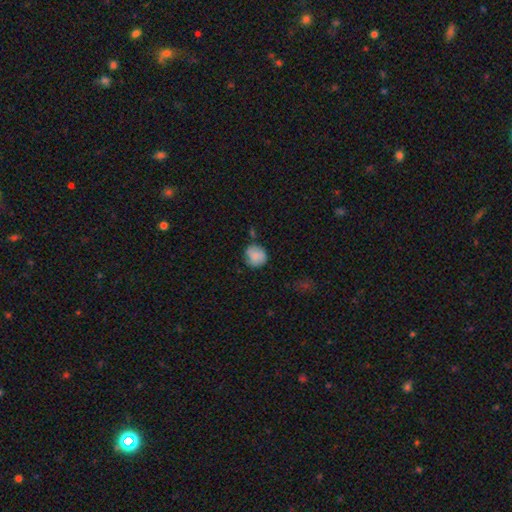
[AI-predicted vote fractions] Overall: smooth (68%). How rounded: round (82%). Merging: none (68%).